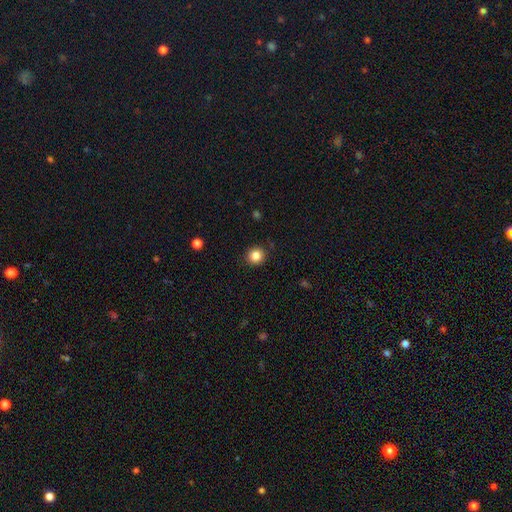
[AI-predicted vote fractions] Morphology: type=smooth (84%); roundness=round (90%); merging=none (90%).